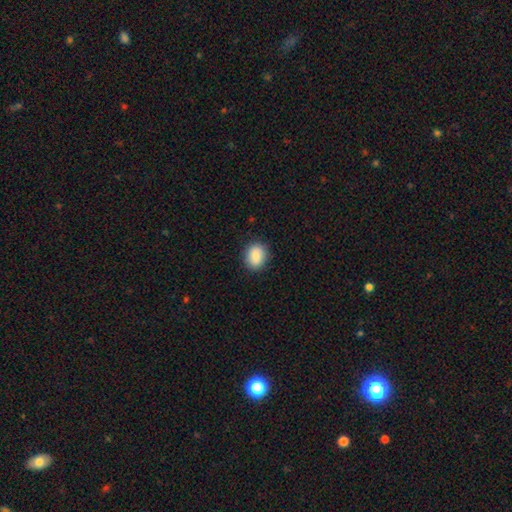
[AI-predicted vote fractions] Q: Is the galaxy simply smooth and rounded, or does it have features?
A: smooth — 86%.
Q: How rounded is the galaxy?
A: round — 61%.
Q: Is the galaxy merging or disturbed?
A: none — 88%.